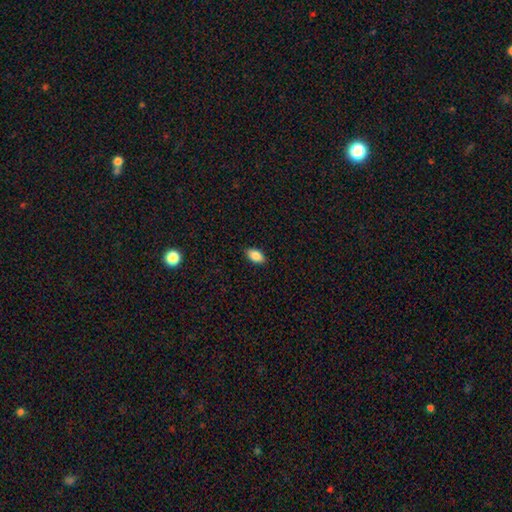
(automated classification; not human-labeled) A smooth galaxy with no disk features (87%) that is in between round and cigar-shaped (92%).

Vote fractions:
- Smooth or featured? smooth: 87% / star or artifact: 8% / featured or disk: 5%
- How rounded? in between: 92% / round: 5% / cigar-shaped: 3%
- Merging? none: 89% / minor disturbance: 9% / major disturbance: 2% / merger: 1%